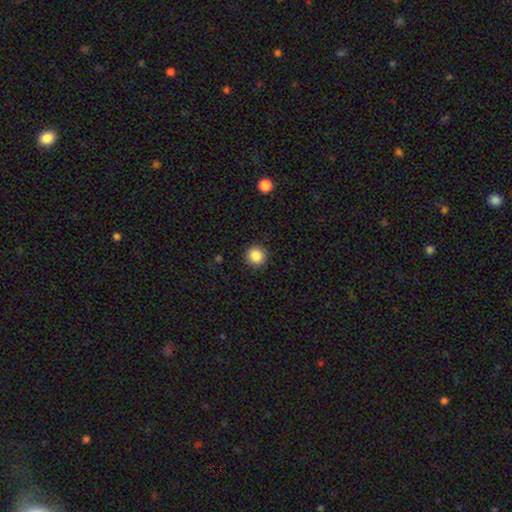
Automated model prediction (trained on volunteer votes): Smooth or featured? Predicted: smooth (p=0.86). How rounded? Predicted: round (p=0.94). Merging? Predicted: none (p=0.92).